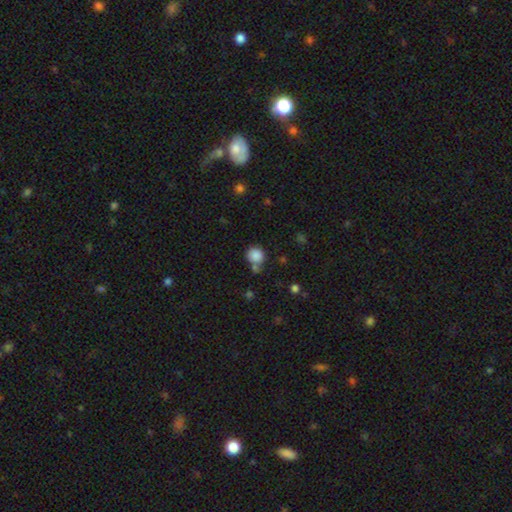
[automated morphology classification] This appears to be a smooth galaxy with no disk features (85%) that is round (86%). Merging: none (63%).